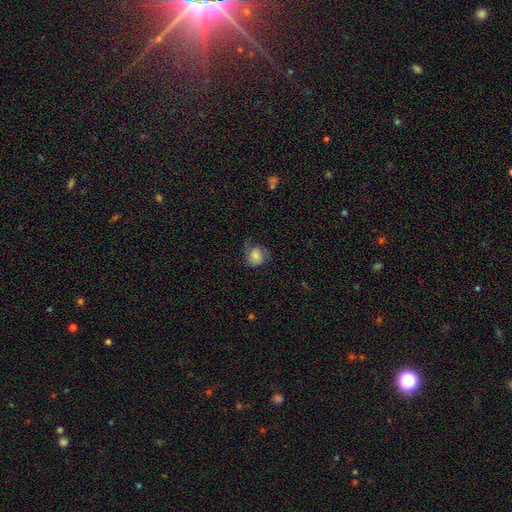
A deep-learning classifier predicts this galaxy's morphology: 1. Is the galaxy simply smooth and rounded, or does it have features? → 64% smooth, 27% featured or disk, 9% star or artifact.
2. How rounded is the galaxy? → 78% round, 21% in between, 1% cigar-shaped.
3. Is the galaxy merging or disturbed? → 57% none, 26% minor disturbance, 15% major disturbance, 1% merger.